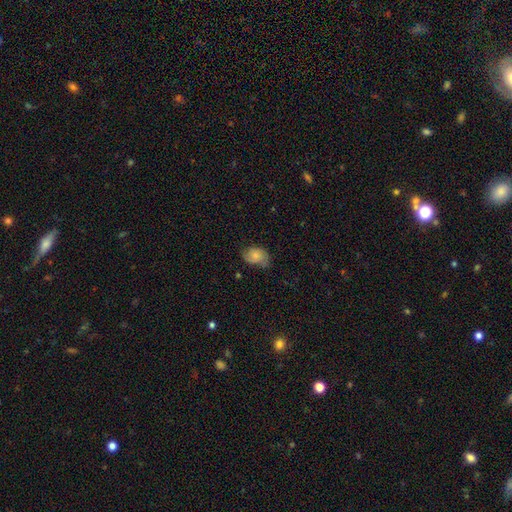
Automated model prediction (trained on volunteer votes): This appears to be a smooth galaxy with no disk features (53%) that is in between round and cigar-shaped (75%). Merging: none (57%).